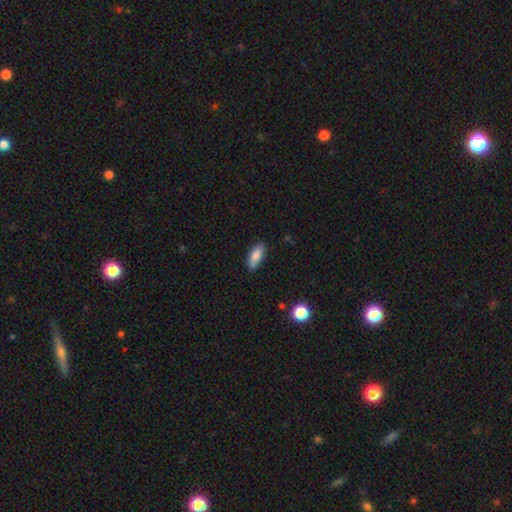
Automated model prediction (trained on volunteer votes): Smooth or featured? Predicted: smooth (p=0.77). How rounded? Predicted: in between (p=0.79). Merging? Predicted: none (p=0.77).